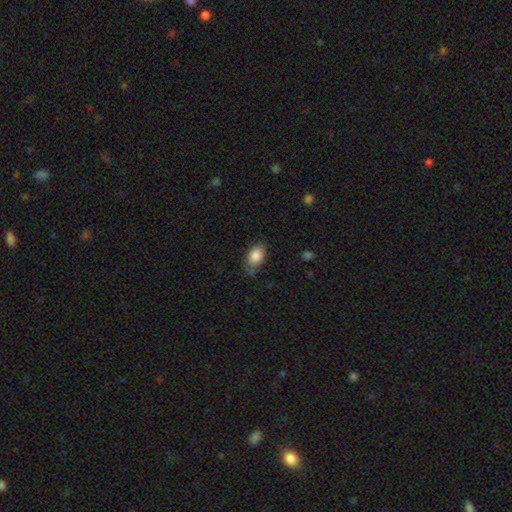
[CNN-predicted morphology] A smooth galaxy with no disk features (86%) that is in between round and cigar-shaped (88%).

Vote fractions:
- Smooth or featured? smooth: 86% / star or artifact: 7% / featured or disk: 7%
- How rounded? in between: 88% / round: 10% / cigar-shaped: 2%
- Merging? none: 68% / minor disturbance: 25% / major disturbance: 5% / merger: 2%